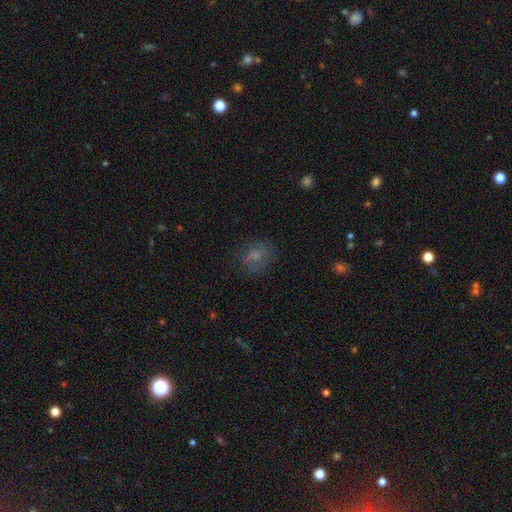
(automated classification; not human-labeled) Smooth or featured: smooth — 60% (featured or disk — 25%)
How rounded: round — 61% (in between — 38%)
Merging: none — 64% (minor disturbance — 21%)